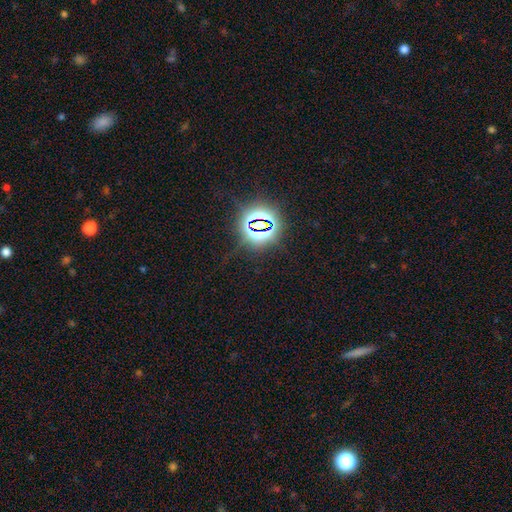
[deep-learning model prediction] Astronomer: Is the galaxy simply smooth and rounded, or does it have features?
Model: star or artifact — 78%.